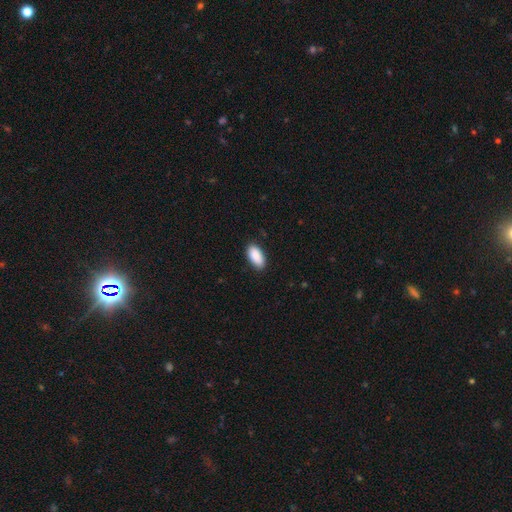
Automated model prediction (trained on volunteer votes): A smooth galaxy with no disk features (91%) that is in between round and cigar-shaped (93%). Merging: none (87%).